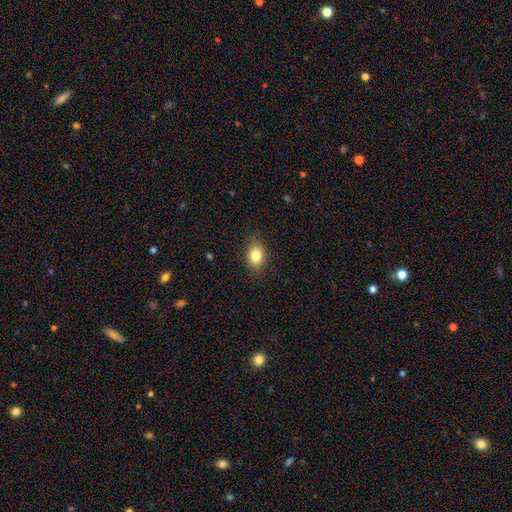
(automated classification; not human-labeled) smooth-or-featured: smooth: 82% | star or artifact: 10% | featured or disk: 8%
  how-rounded: in between: 66% | round: 32% | cigar-shaped: 1%
  merging: none: 83% | minor disturbance: 13% | major disturbance: 3% | merger: 1%